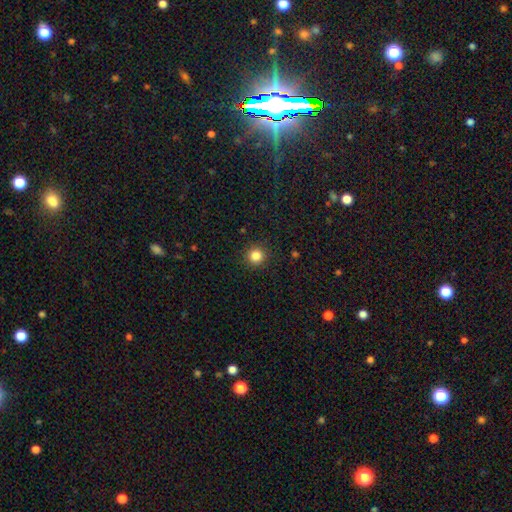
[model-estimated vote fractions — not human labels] This appears to be a smooth galaxy with no disk features (84%) that is round (94%). Merging: none (91%).